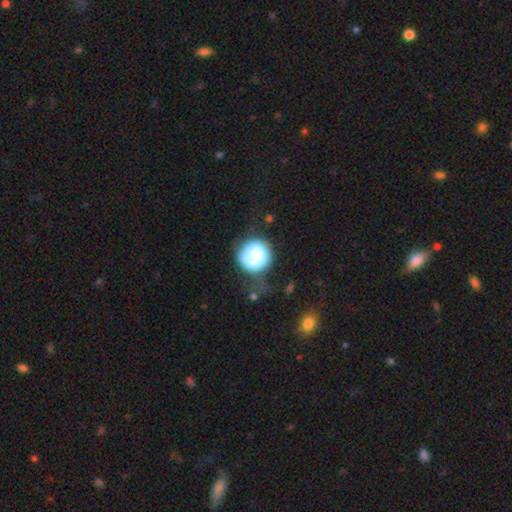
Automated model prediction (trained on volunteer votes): smooth-or-featured: smooth: 75% | featured or disk: 16% | star or artifact: 9%
  how-rounded: round: 90% | in between: 9% | cigar-shaped: 1%
  merging: none: 38% | minor disturbance: 31% | major disturbance: 24% | merger: 7%